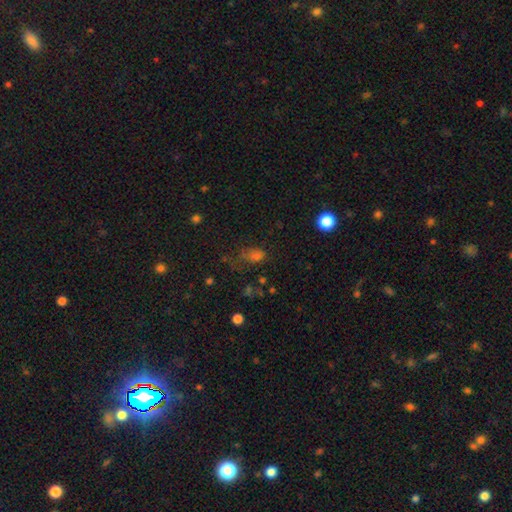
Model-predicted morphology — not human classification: A smooth galaxy with no disk features (58%) that is in between round and cigar-shaped (74%).

Vote fractions:
- Smooth or featured? smooth: 58% / star or artifact: 29% / featured or disk: 13%
- How rounded? in between: 74% / round: 21% / cigar-shaped: 5%
- Merging? none: 43% / major disturbance: 27% / minor disturbance: 24% / merger: 6%